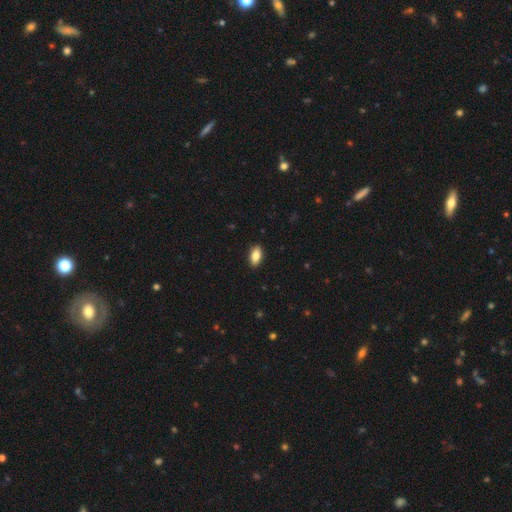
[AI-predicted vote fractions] Smooth or featured? smooth (83%)
How rounded? in between (90%)
Merging? none (90%)